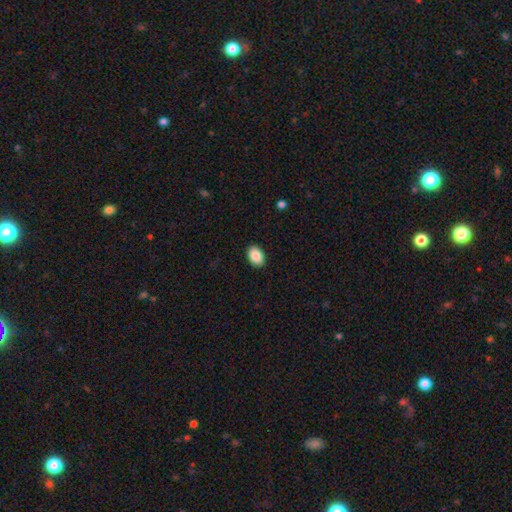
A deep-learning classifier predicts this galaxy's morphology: Smooth or featured? smooth (89%)
How rounded? in between (86%)
Merging? none (90%)